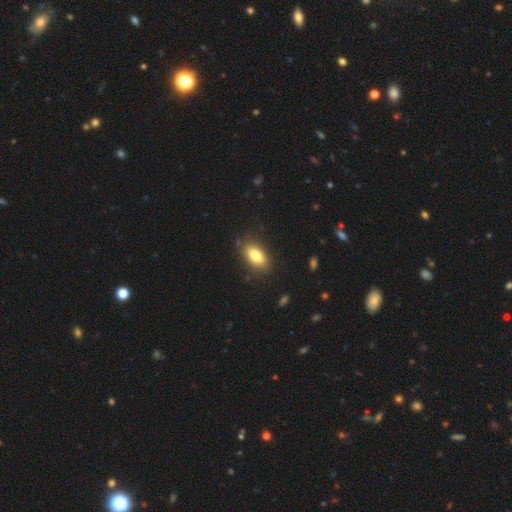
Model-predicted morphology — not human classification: This appears to be a smooth galaxy with no disk features (82%) that is in between round and cigar-shaped (90%). Merging: none (84%).